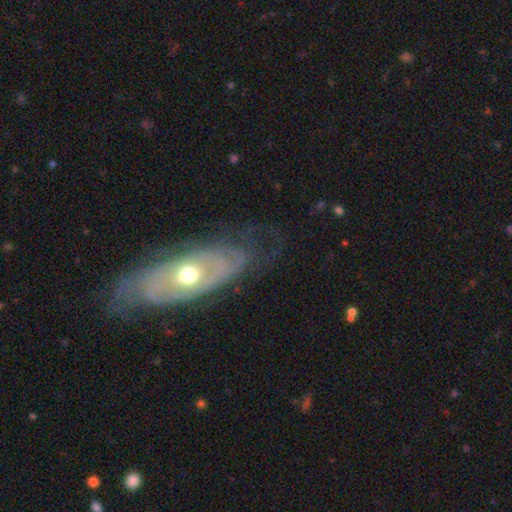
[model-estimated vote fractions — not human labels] This is likely a featured or disk galaxy (78%). It is clearly not viewed edge-on (84%). Bar: clearly no (83%). Spiral arm pattern: likely yes (72%). Central bulge: likely moderate (74%). Merging: likely none (71%).